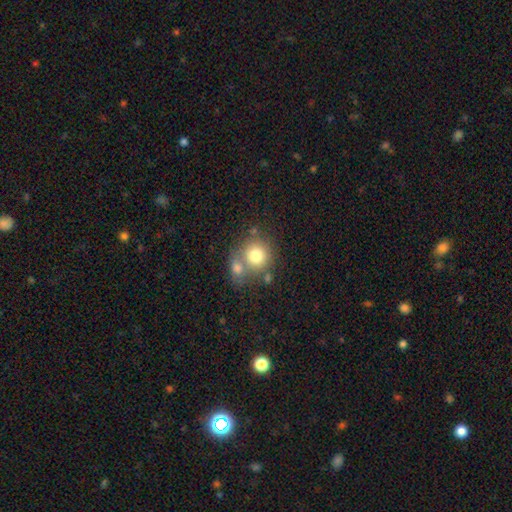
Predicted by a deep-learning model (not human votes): A smooth galaxy with no disk features (76%) that is round (86%).

Vote fractions:
- Smooth or featured? smooth: 76% / featured or disk: 14% / star or artifact: 10%
- How rounded? round: 86% / in between: 13% / cigar-shaped: 1%
- Merging? none: 47% / merger: 39% / minor disturbance: 10% / major disturbance: 5%